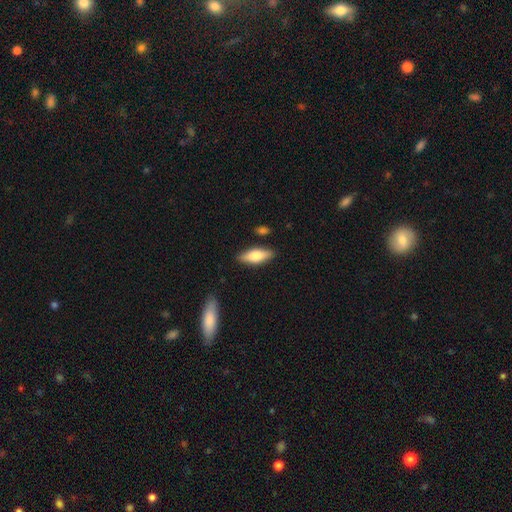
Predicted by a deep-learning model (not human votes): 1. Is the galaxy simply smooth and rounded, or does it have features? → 67% smooth, 28% featured or disk, 6% star or artifact.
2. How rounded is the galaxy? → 65% in between, 33% cigar-shaped, 2% round.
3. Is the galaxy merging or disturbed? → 86% none, 10% minor disturbance, 3% merger, 2% major disturbance.